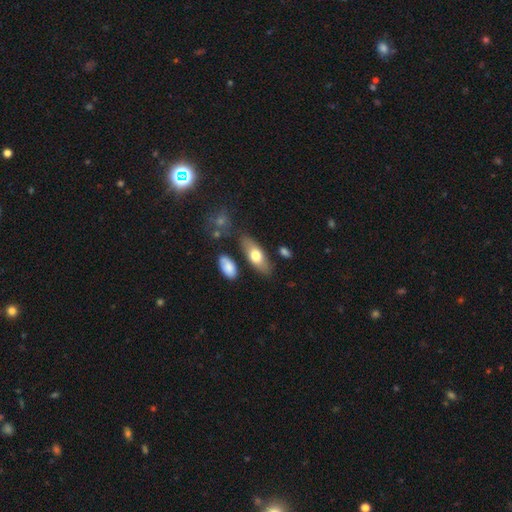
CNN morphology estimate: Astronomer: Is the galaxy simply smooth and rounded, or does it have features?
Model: smooth — 66%.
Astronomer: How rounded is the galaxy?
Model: in between — 77%.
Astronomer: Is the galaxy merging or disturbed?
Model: none — 78%.